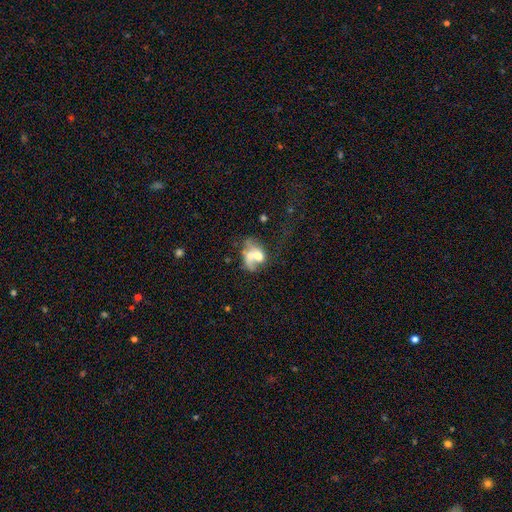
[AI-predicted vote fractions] This is possibly a smooth galaxy (49%). Merging: likely merger (65%).